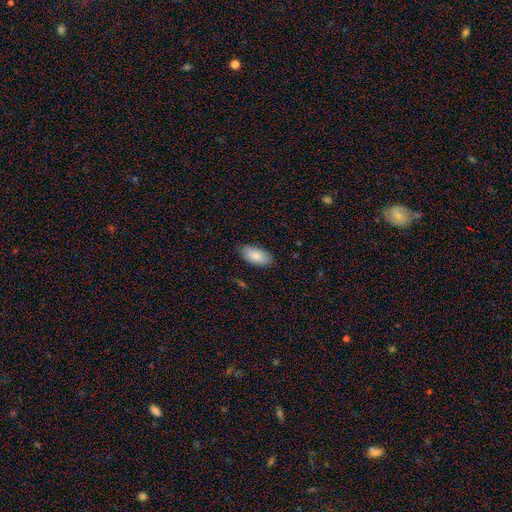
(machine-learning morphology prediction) Smooth or featured?
  - smooth: 87% *
  - featured or disk: 7%
  - star or artifact: 6%
How rounded?
  - in between: 94% *
  - cigar-shaped: 4%
  - round: 2%
Merging?
  - none: 81% *
  - minor disturbance: 15%
  - major disturbance: 3%
  - merger: 1%